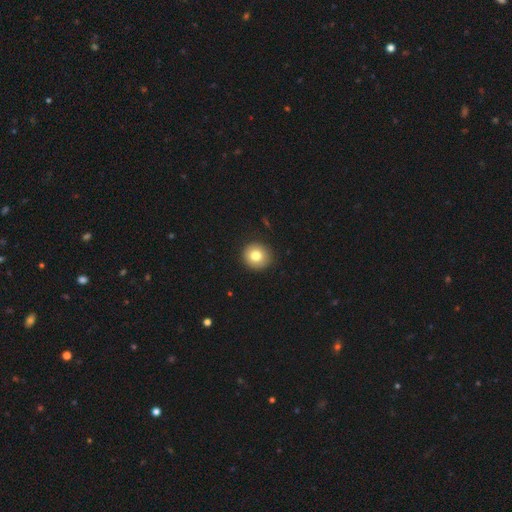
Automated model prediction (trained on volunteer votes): This appears to be a smooth galaxy with no disk features (80%) that is round (93%). Merging: none (91%).